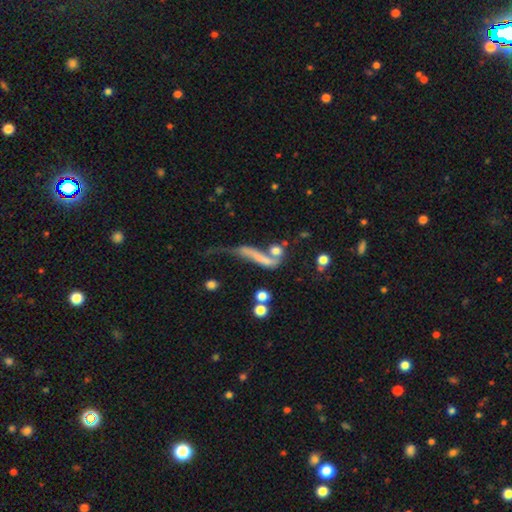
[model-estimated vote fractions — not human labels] smooth-or-featured: smooth: 45% | featured or disk: 41% | star or artifact: 14%
  merging: major disturbance: 35% | merger: 31% | none: 21% | minor disturbance: 14%